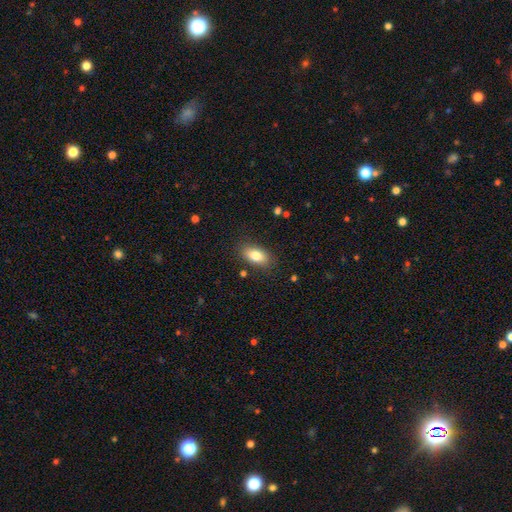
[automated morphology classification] Smooth or featured: smooth — 83% (featured or disk — 10%)
How rounded: in between — 90% (cigar-shaped — 5%)
Merging: none — 85% (minor disturbance — 11%)